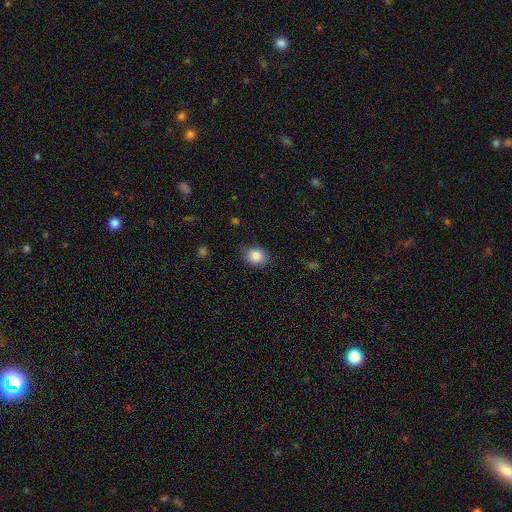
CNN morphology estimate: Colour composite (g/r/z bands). It shows a smooth galaxy with no disk features (86%) that is round (53%). Merging: none (82%).